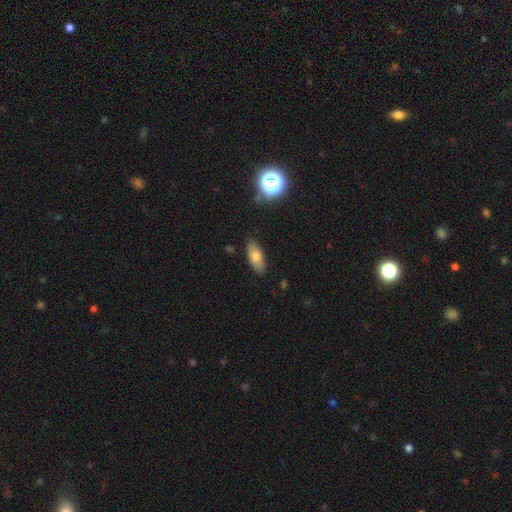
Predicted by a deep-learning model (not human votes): smooth_or_featured: smooth (p=0.71) [alt: featured or disk p=0.19]
how_rounded: in between (p=0.82) [alt: cigar-shaped p=0.15]
merging: none (p=0.84) [alt: minor disturbance p=0.12]